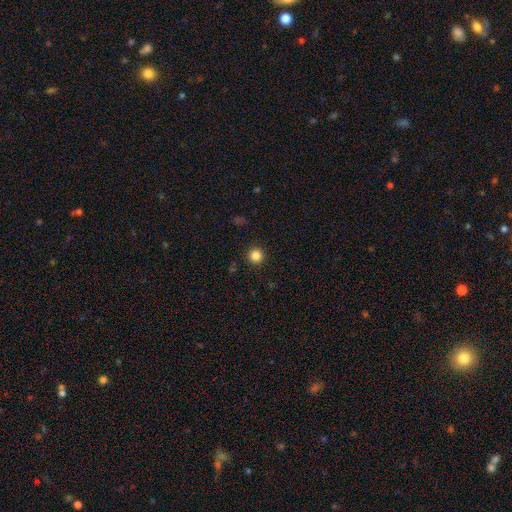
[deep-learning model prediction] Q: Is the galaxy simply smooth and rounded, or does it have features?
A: smooth — 84%.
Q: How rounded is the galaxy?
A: round — 96%.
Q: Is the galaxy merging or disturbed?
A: none — 93%.